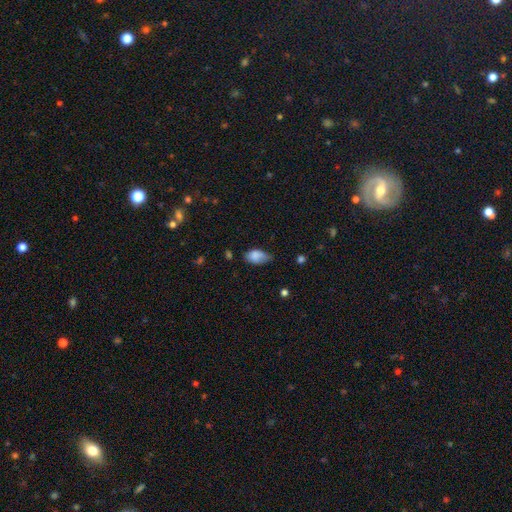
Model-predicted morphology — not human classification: Q: Smooth or featured?
A: smooth (83%); runner-up: featured or disk (9%)
Q: How rounded?
A: in between (91%); runner-up: round (7%)
Q: Merging?
A: minor disturbance (45%); runner-up: none (42%)